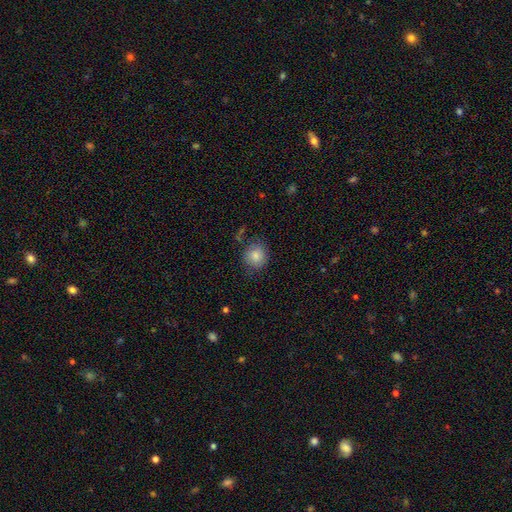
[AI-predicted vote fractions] Smooth or featured: smooth — 84% (star or artifact — 9%)
How rounded: round — 84% (in between — 15%)
Merging: none — 80% (minor disturbance — 14%)